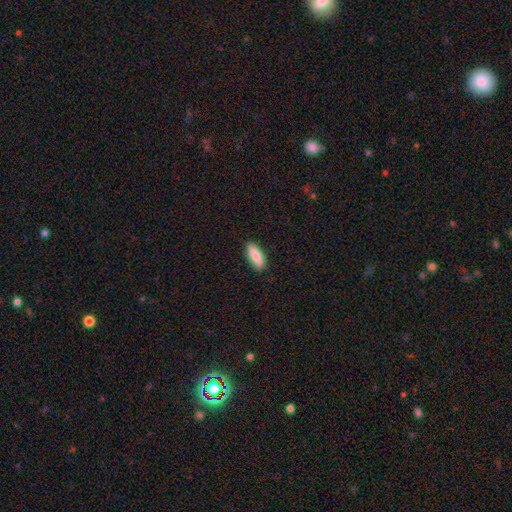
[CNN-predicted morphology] Smooth or featured? smooth (82%)
How rounded? in between (66%)
Merging? none (87%)